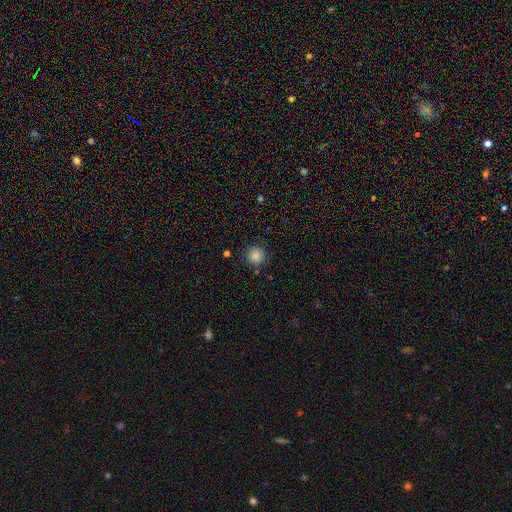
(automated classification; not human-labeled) The model was most divided on "smooth or featured": smooth: 85%, star or artifact: 11%, featured or disk: 4%. More confident: how rounded — round (94%); merging — none (87%).